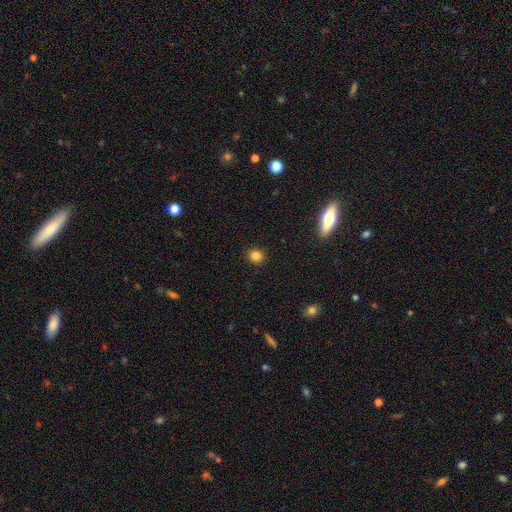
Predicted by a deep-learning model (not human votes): Overall: smooth (85%). How rounded: round (69%; in between 30%). Merging: none (91%).